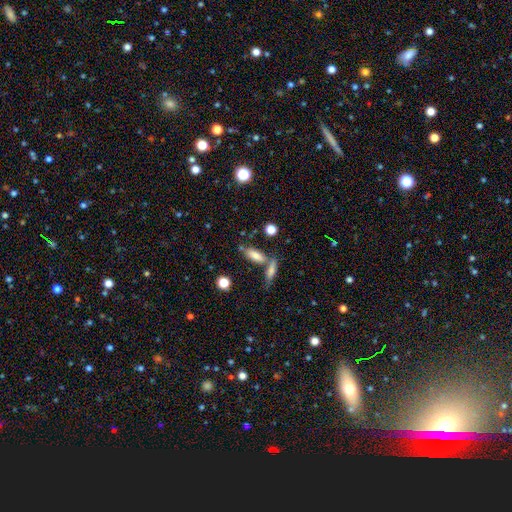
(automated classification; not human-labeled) Morphology: type=smooth (74%); roundness=in between (66%); merging=none (55%).